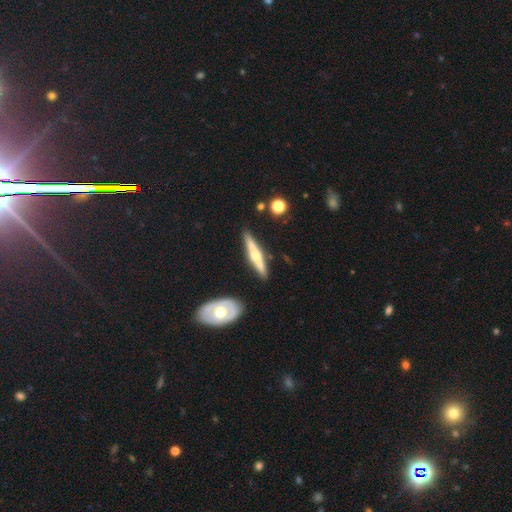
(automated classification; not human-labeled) Morphology: type=featured or disk (67%); edge-on=yes (96%); edge-on bulge=rounded (90%); merging=none (88%).